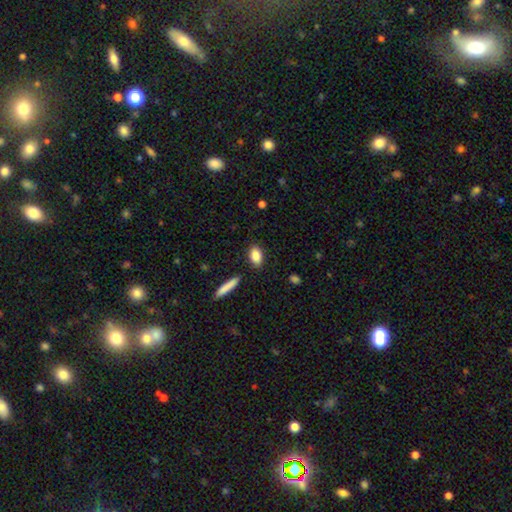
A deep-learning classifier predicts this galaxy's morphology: type=smooth (86%); roundness=in between (86%); merging=none (86%).